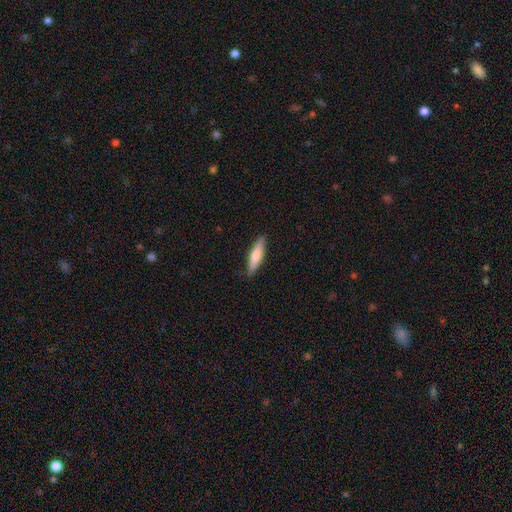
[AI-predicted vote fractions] The model was most divided on "smooth or featured": smooth: 65%, featured or disk: 29%, star or artifact: 5%. More confident: merging — none (84%); how rounded — cigar-shaped (72%).